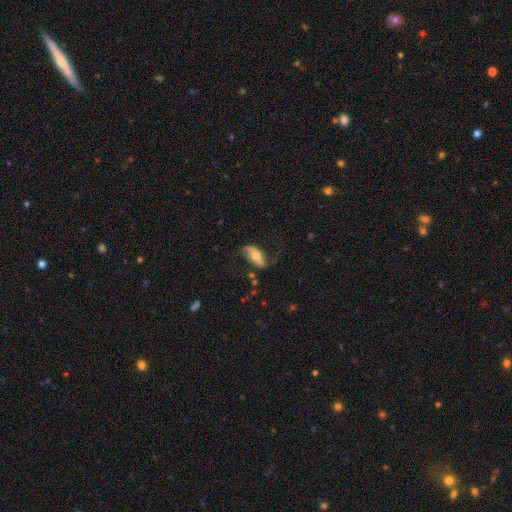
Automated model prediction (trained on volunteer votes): Q: Smooth or featured?
A: featured or disk (65%); runner-up: smooth (28%)
Q: Edge-on disk?
A: no (89%); runner-up: yes (11%)
Q: Bar?
A: strong (38%); runner-up: no (34%)
Q: Spiral arms?
A: yes (87%); runner-up: no (13%)
Q: Spiral winding?
A: loose (74%); runner-up: medium (20%)
Q: Spiral arm count?
A: 2 (88%); runner-up: 1 (5%)
Q: Bulge size?
A: moderate (56%); runner-up: small (34%)
Q: Merging?
A: none (62%); runner-up: minor disturbance (19%)